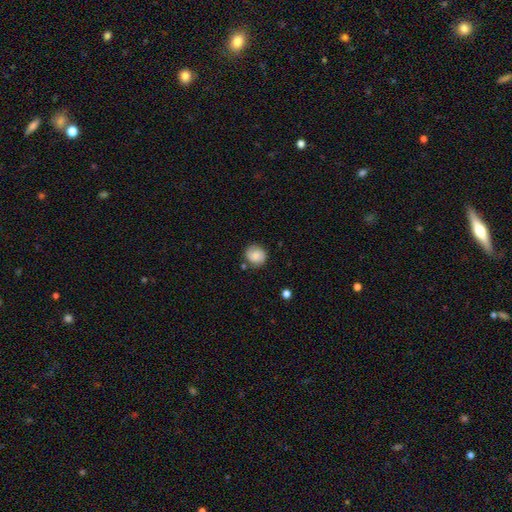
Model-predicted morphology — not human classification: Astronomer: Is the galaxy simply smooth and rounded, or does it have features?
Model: smooth — 80%.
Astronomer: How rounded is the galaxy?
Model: round — 86%.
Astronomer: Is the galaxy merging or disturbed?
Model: none — 79%.